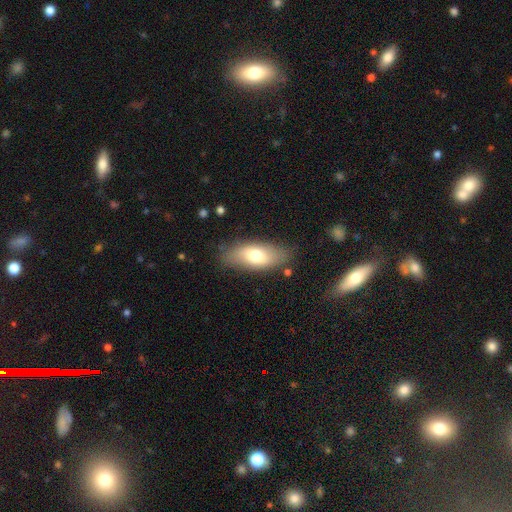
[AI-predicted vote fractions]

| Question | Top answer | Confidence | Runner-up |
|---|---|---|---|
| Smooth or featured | smooth | 70% | featured or disk (23%) |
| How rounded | in between | 83% | cigar-shaped (14%) |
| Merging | none | 79% | minor disturbance (15%) |